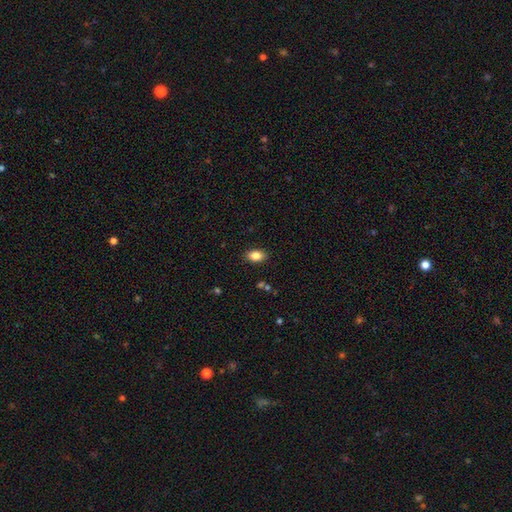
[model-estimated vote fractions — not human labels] The model was most divided on "smooth or featured": smooth: 85%, star or artifact: 9%, featured or disk: 6%. More confident: how rounded — in between (88%); merging — none (88%).